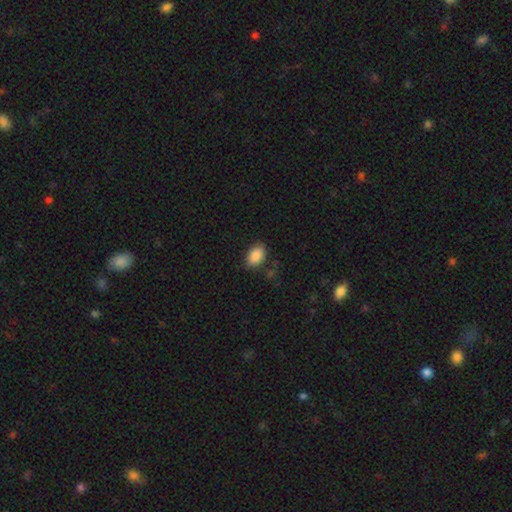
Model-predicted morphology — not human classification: Smooth or featured: smooth — 88% (star or artifact — 8%)
How rounded: in between — 87% (round — 12%)
Merging: none — 81% (minor disturbance — 13%)